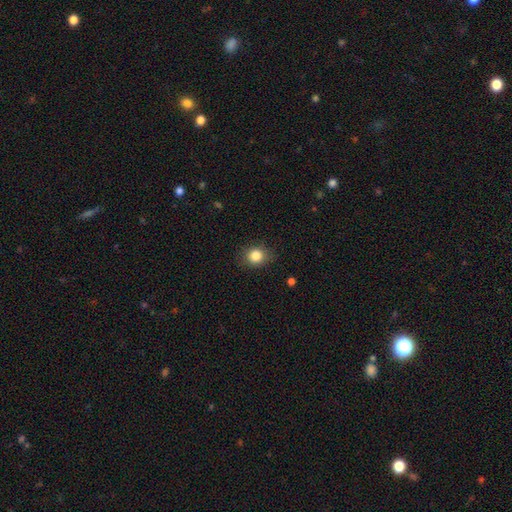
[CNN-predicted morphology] A smooth galaxy with no disk features (84%) that is round (71%).

Vote fractions:
- Smooth or featured? smooth: 84% / star or artifact: 10% / featured or disk: 5%
- How rounded? round: 71% / in between: 28% / cigar-shaped: 1%
- Merging? none: 82% / minor disturbance: 13% / major disturbance: 3% / merger: 1%